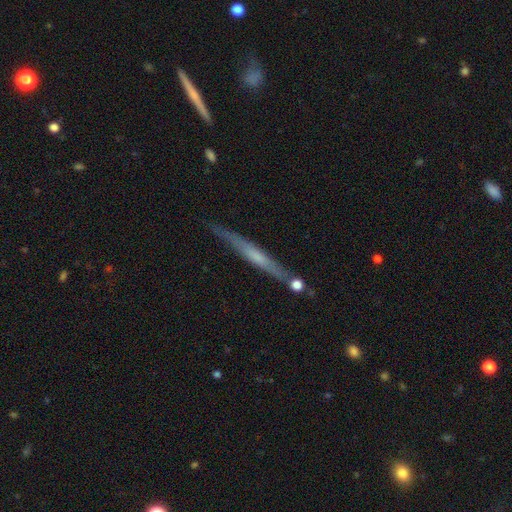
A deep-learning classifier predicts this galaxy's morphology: Overall: featured or disk (61%; smooth 32%). Edge-on disk: yes (96%). Edge-on bulge: none (54%; rounded 32%). Merging: none (81%).